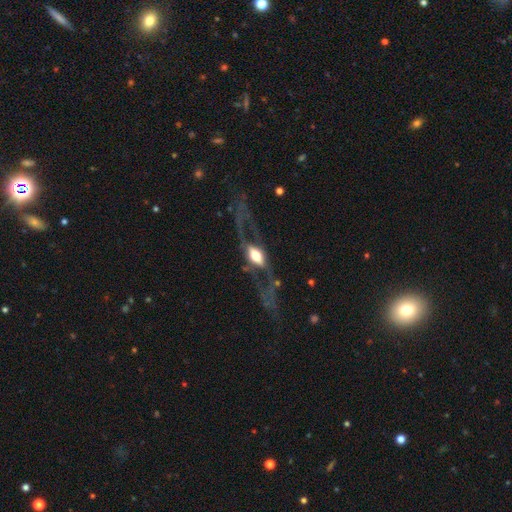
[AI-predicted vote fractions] Smooth or featured? featured or disk (71%)
Edge-on disk? no (56%)
Merging? none (42%)